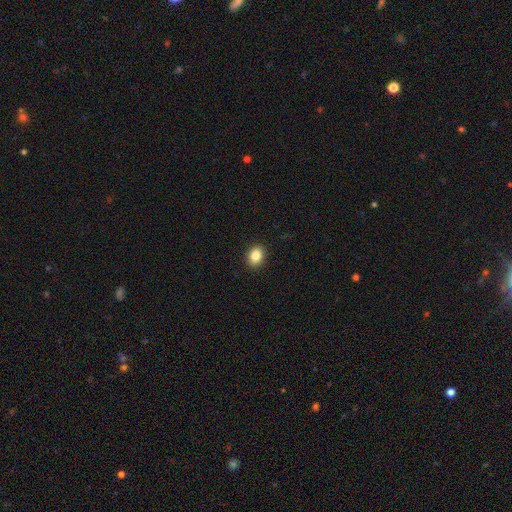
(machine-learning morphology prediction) smooth 86%, star or artifact 9%, featured or disk 5%. Down the decision tree: how rounded — in between (61%); merging — none (91%).